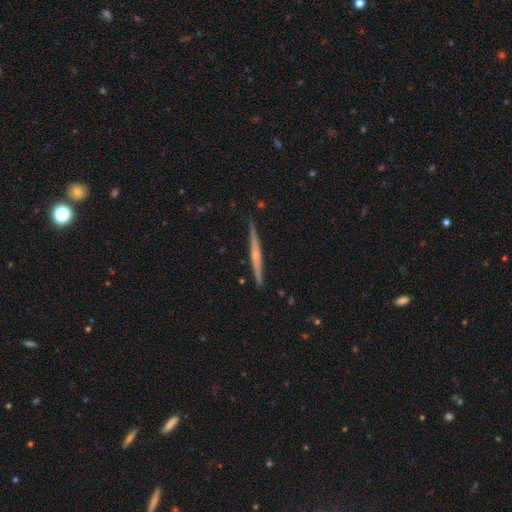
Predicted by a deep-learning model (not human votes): featured or disk 67%, smooth 27%, star or artifact 5%. Down the decision tree: edge-on disk — yes (98%); edge-on bulge — rounded (50%); merging — none (89%).